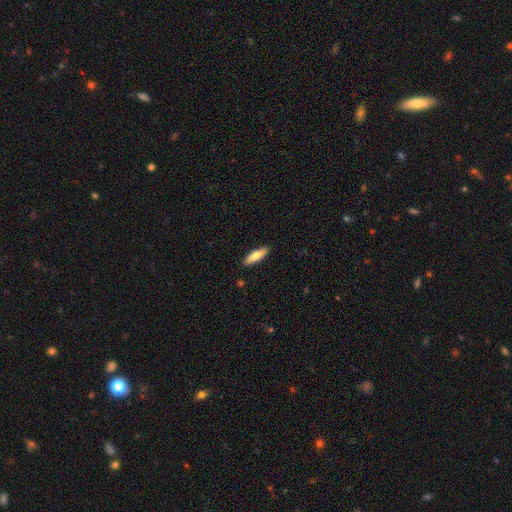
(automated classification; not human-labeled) A smooth galaxy with no disk features (70%) that is cigar-shaped (54%). Merging: none (90%).